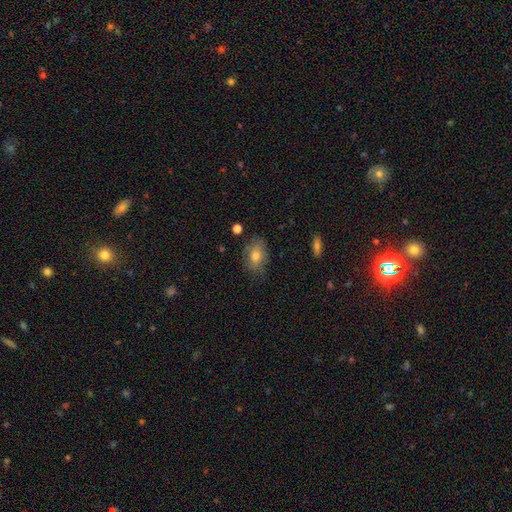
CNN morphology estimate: Smooth or featured? smooth (74%)
How rounded? in between (79%)
Merging? none (74%)